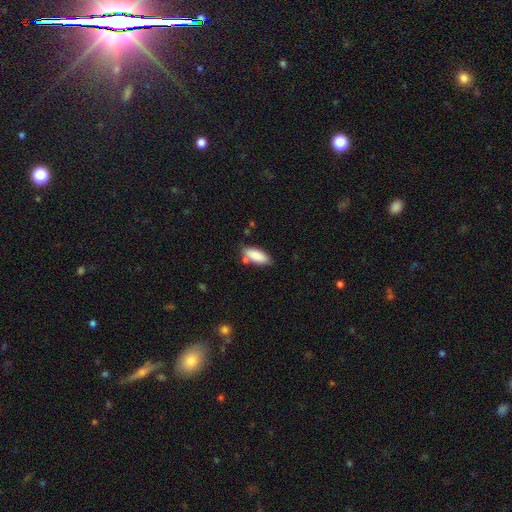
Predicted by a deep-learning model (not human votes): A smooth galaxy with no disk features (87%) that is in between round and cigar-shaped (80%).

Vote fractions:
- Smooth or featured? smooth: 87% / featured or disk: 7% / star or artifact: 6%
- How rounded? in between: 80% / cigar-shaped: 19% / round: 2%
- Merging? none: 71% / minor disturbance: 17% / merger: 9% / major disturbance: 4%